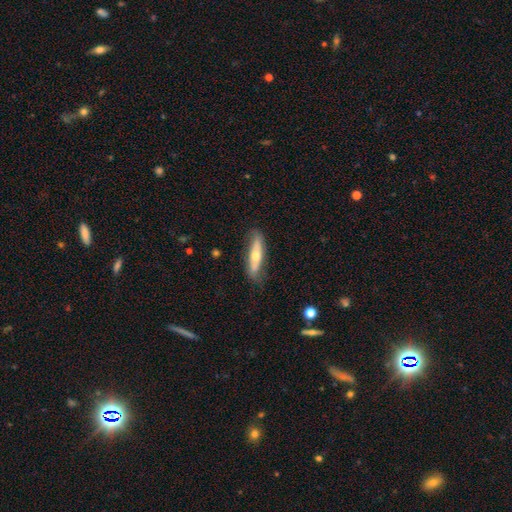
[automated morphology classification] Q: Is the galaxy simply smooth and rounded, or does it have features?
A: smooth — 49%.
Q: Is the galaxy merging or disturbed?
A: none — 72%.